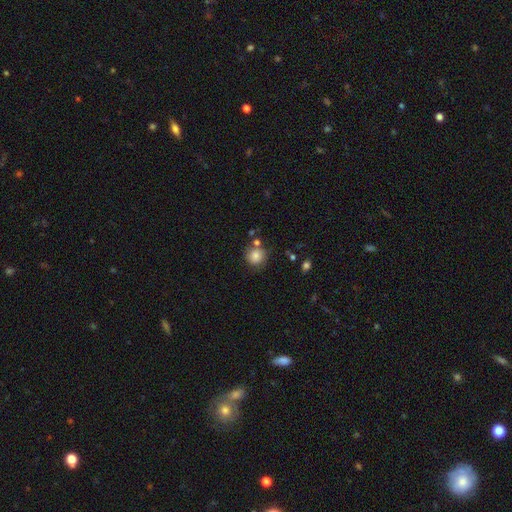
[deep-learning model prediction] smooth-or-featured: smooth: 82% | star or artifact: 10% | featured or disk: 8%
  how-rounded: round: 91% | in between: 8% | cigar-shaped: 1%
  merging: none: 74% | minor disturbance: 13% | merger: 9% | major disturbance: 4%